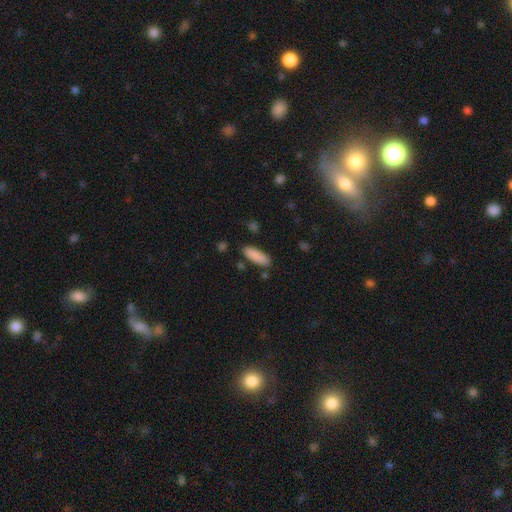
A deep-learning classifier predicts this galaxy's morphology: The model was most divided on "how rounded": in between: 56%, cigar-shaped: 42%, round: 2%. More confident: smooth or featured — smooth (89%); merging — none (85%).